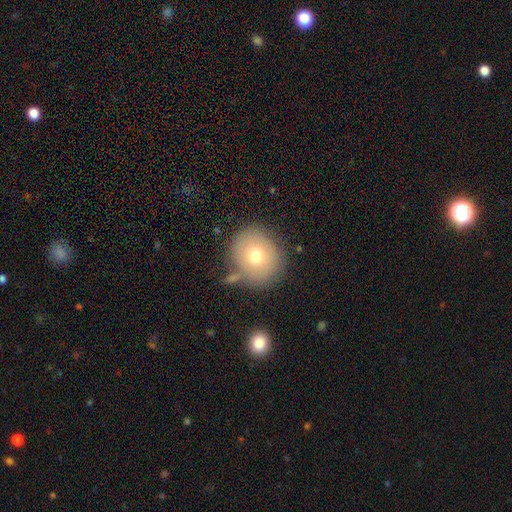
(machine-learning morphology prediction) Smooth or featured: smooth — 70% (featured or disk — 20%)
How rounded: round — 81% (in between — 18%)
Merging: none — 75% (minor disturbance — 14%)